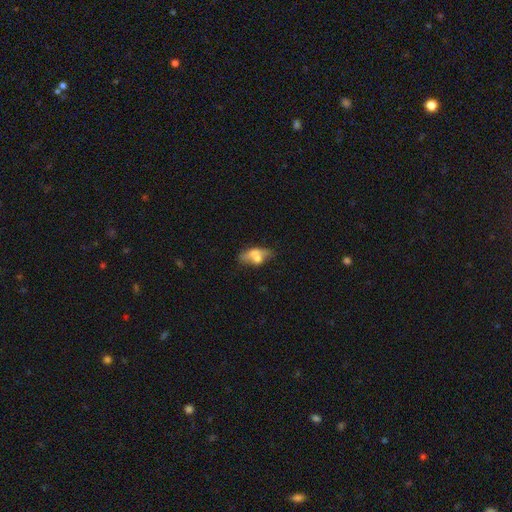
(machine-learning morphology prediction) Smooth or featured: smooth — 52% (featured or disk — 39%)
How rounded: in between — 76% (cigar-shaped — 16%)
Merging: none — 36% (merger — 33%)